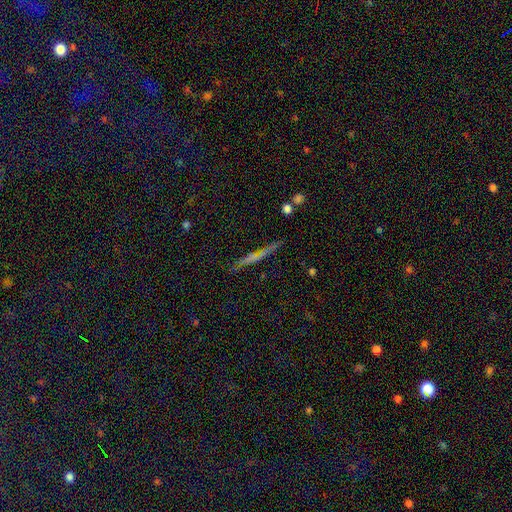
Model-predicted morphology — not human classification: A featured or disk galaxy (50%).

Vote fractions:
- Smooth or featured? featured or disk: 50% / smooth: 39% / star or artifact: 11%
- Merging? none: 84% / minor disturbance: 11% / major disturbance: 3% / merger: 2%